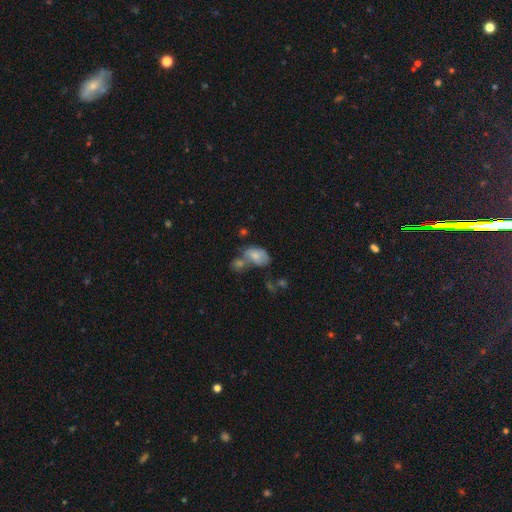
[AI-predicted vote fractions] Q: Smooth or featured?
A: smooth (69%); runner-up: featured or disk (21%)
Q: How rounded?
A: in between (87%); runner-up: round (12%)
Q: Merging?
A: merger (45%); runner-up: none (25%)